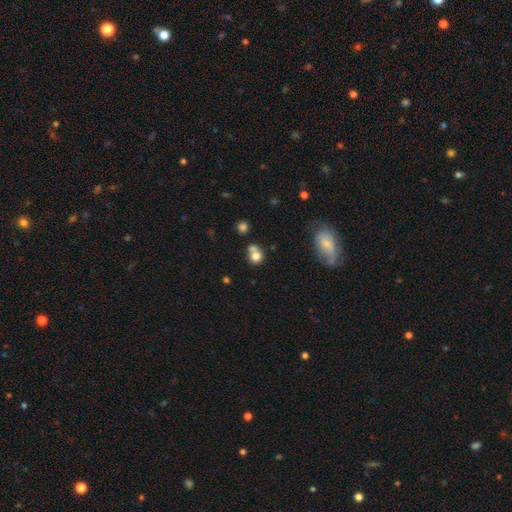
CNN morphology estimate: Q: Smooth or featured?
A: smooth (76%); runner-up: featured or disk (12%)
Q: How rounded?
A: round (80%); runner-up: in between (19%)
Q: Merging?
A: merger (44%); runner-up: none (42%)